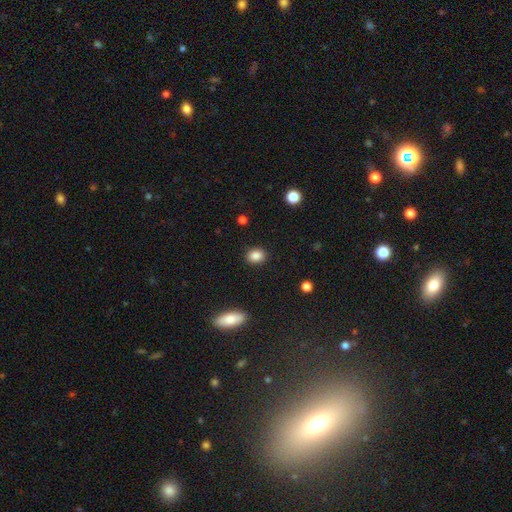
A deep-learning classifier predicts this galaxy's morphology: The model was most divided on "how rounded": in between: 55%, round: 44%, cigar-shaped: 1%. More confident: merging — none (89%); smooth or featured — smooth (86%).